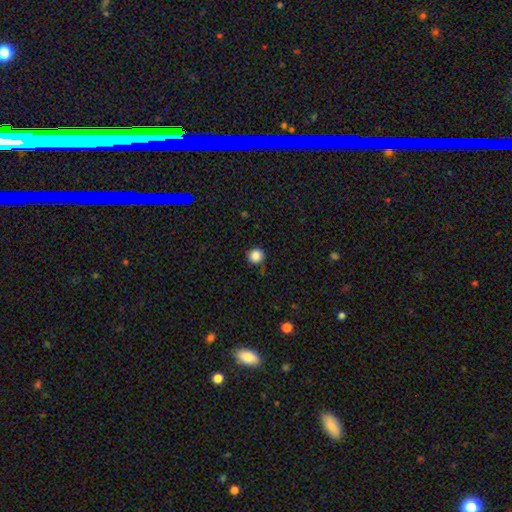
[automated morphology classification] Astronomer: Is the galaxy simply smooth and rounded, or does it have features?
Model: smooth — 86%.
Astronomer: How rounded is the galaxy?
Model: round — 94%.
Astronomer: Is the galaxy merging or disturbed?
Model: none — 83%.